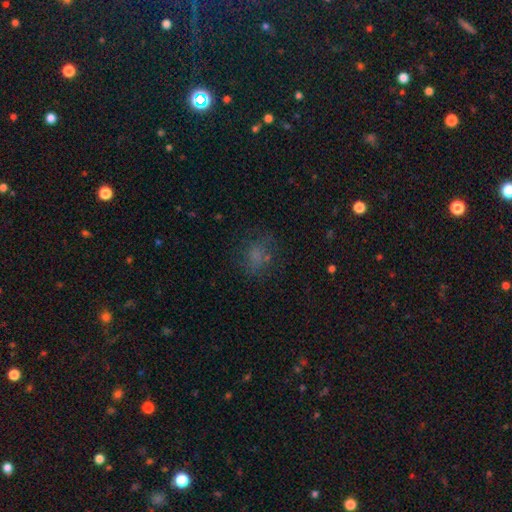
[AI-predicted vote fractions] The model was most divided on "how rounded": round: 54%, in between: 44%, cigar-shaped: 2%. More confident: merging — none (67%); smooth or featured — smooth (61%).